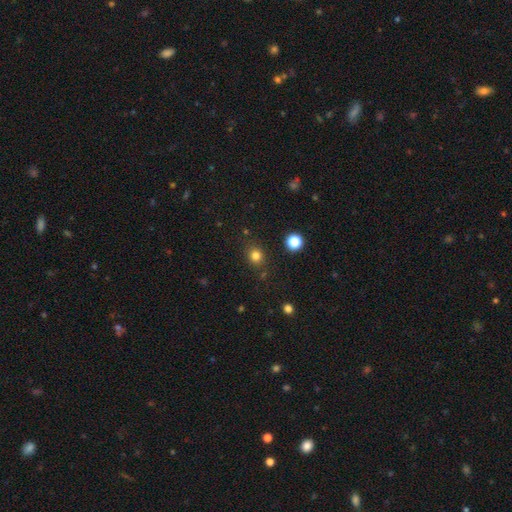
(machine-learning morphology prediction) smooth_or_featured: smooth (p=0.79) [alt: star or artifact p=0.16]
how_rounded: round (p=0.80) [alt: in between p=0.19]
merging: none (p=0.85) [alt: minor disturbance p=0.09]